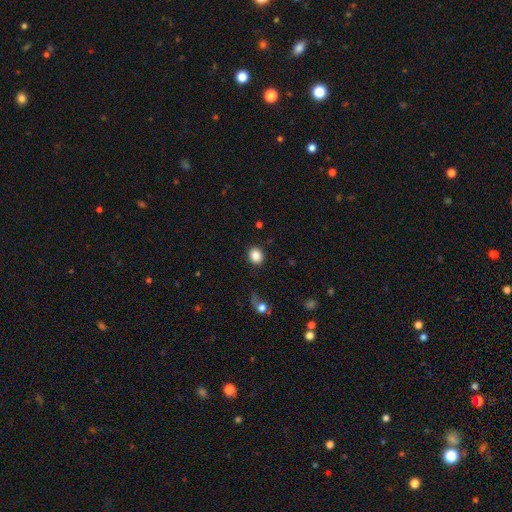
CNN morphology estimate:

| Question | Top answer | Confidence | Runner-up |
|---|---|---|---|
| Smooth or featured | smooth | 87% | star or artifact (9%) |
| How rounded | round | 71% | in between (28%) |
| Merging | none | 88% | minor disturbance (7%) |